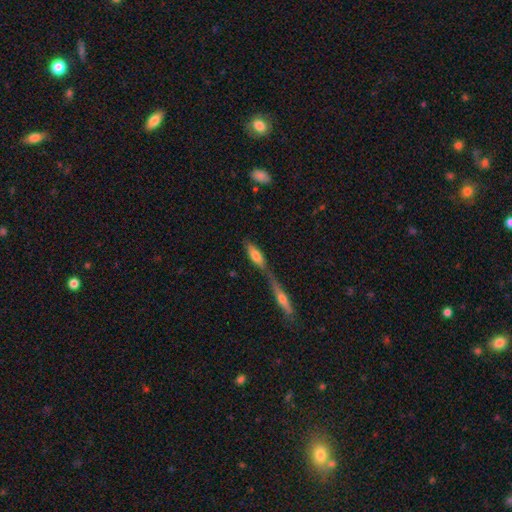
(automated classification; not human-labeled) Smooth or featured: smooth — 67% (featured or disk — 26%)
How rounded: in between — 49% (cigar-shaped — 48%)
Merging: merger — 48% (none — 37%)